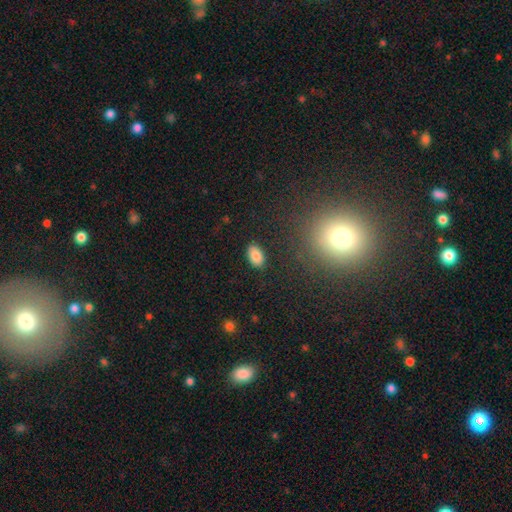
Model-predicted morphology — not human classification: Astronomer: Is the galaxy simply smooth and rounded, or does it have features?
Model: smooth — 86%.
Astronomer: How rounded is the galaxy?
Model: in between — 92%.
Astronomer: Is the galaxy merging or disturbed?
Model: none — 86%.